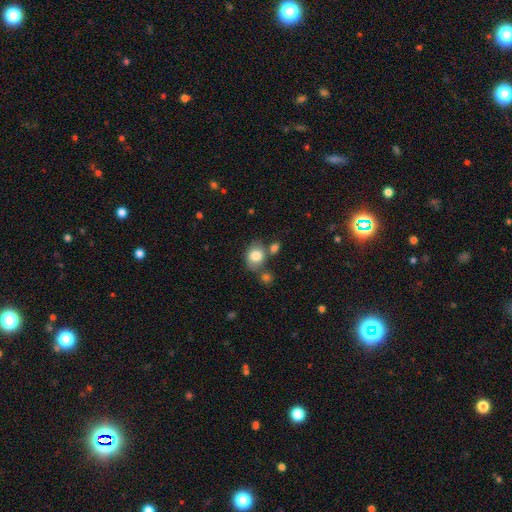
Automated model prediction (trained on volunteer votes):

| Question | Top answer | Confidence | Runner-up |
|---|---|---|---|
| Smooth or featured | smooth | 81% | featured or disk (10%) |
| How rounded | round | 50% | in between (49%) |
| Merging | none | 62% | minor disturbance (17%) |